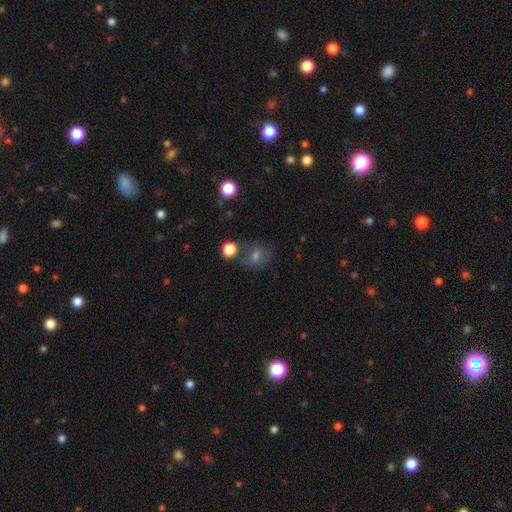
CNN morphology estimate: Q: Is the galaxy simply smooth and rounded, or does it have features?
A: smooth — 59%.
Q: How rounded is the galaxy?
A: round — 63%.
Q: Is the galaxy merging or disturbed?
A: none — 67%.